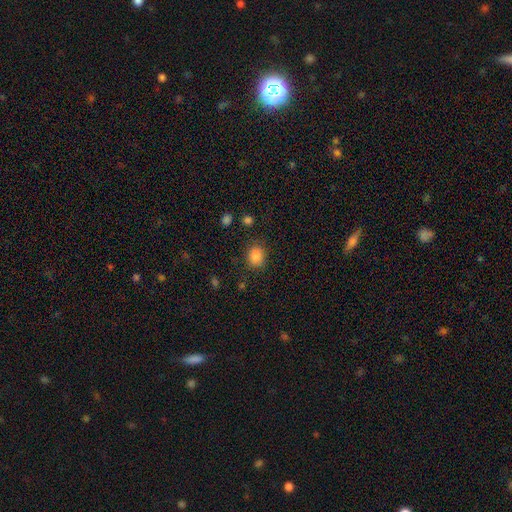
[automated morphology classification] Smooth or featured: smooth — 86% (star or artifact — 11%)
How rounded: round — 55% (in between — 44%)
Merging: none — 80% (minor disturbance — 13%)